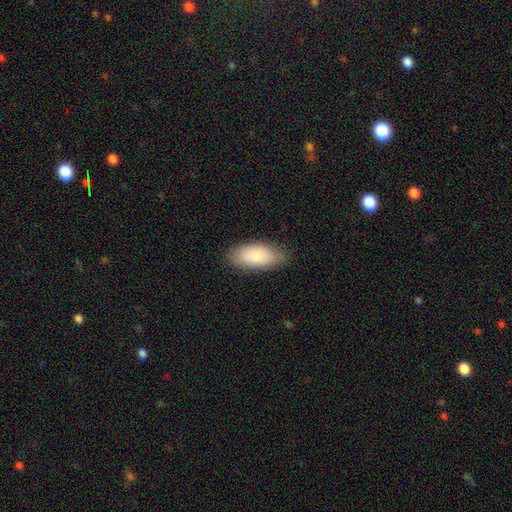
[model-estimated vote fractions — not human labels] Smooth or featured: smooth — 81% (featured or disk — 13%)
How rounded: in between — 90% (cigar-shaped — 7%)
Merging: none — 83% (minor disturbance — 13%)